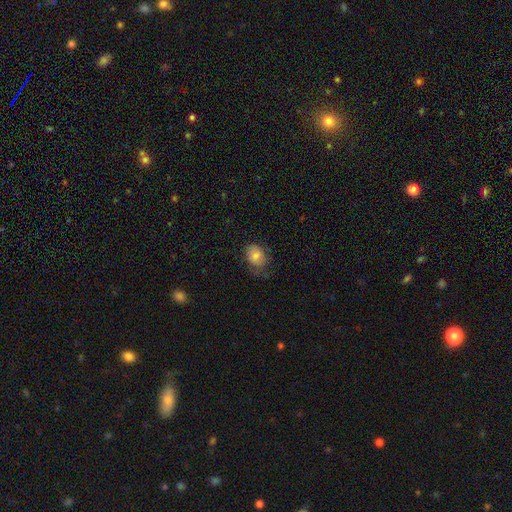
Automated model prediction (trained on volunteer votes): A smooth galaxy with no disk features (78%) that is in between round and cigar-shaped (59%). Merging: none (56%).